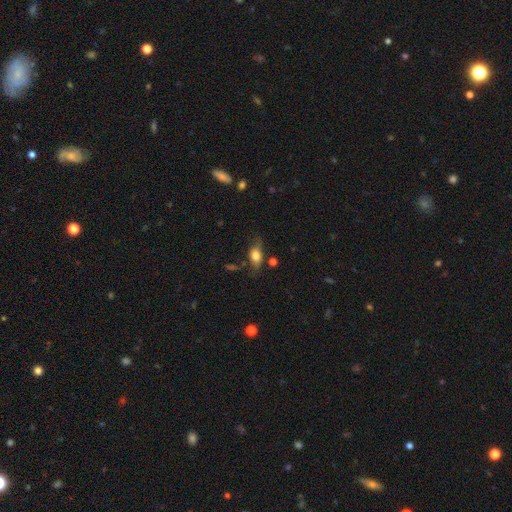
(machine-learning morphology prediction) type=smooth (69%); roundness=in between (80%); merging=none (61%).